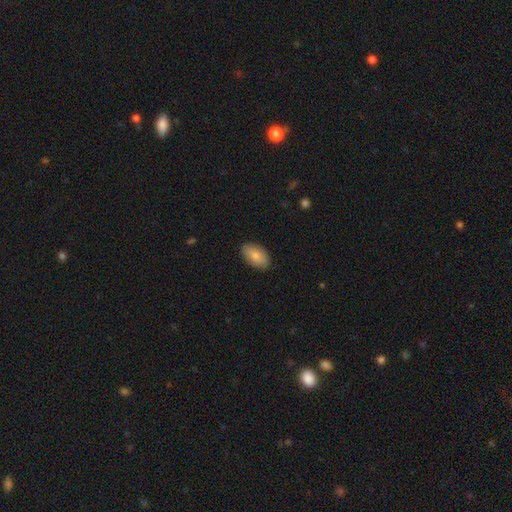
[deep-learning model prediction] The model was most divided on "smooth or featured": smooth: 84%, featured or disk: 10%, star or artifact: 6%. More confident: how rounded — in between (94%); merging — none (88%).